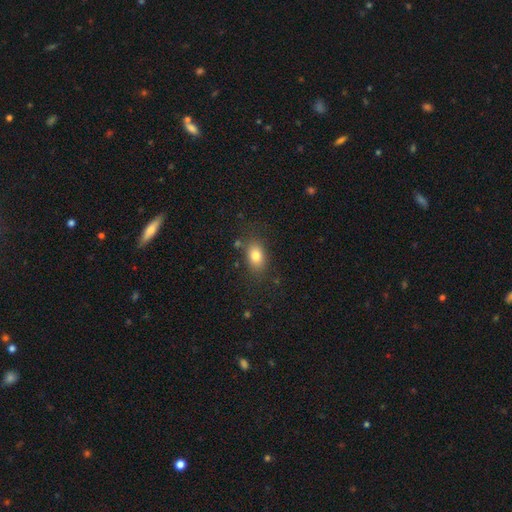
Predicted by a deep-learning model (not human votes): smooth 79%, star or artifact 10%, featured or disk 10%. Down the decision tree: how rounded — in between (77%); merging — none (79%).